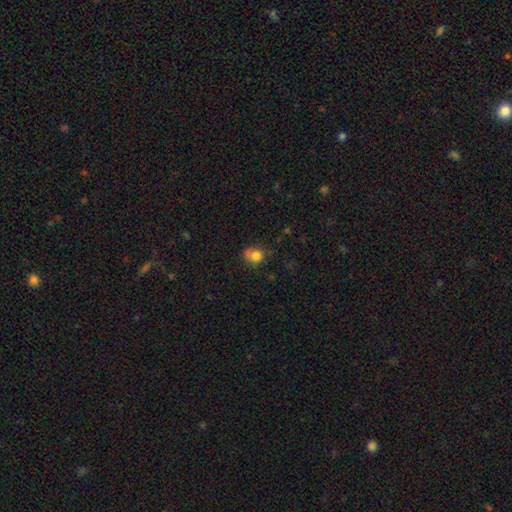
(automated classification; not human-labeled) smooth 79%, star or artifact 11%, featured or disk 10%. Down the decision tree: how rounded — round (69%); merging — none (46%).